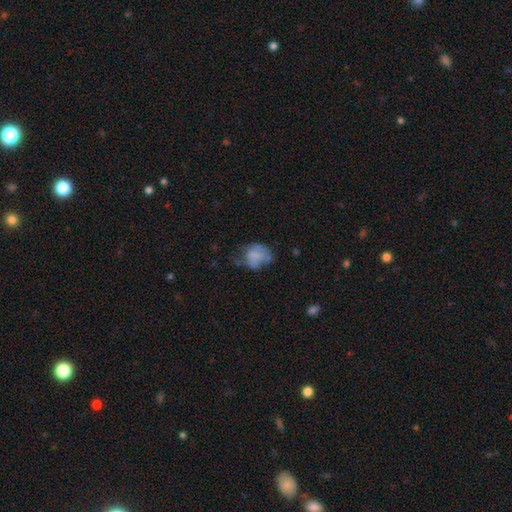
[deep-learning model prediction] A smooth galaxy with no disk features (60%) that is round (53%). Merging: none (38%).